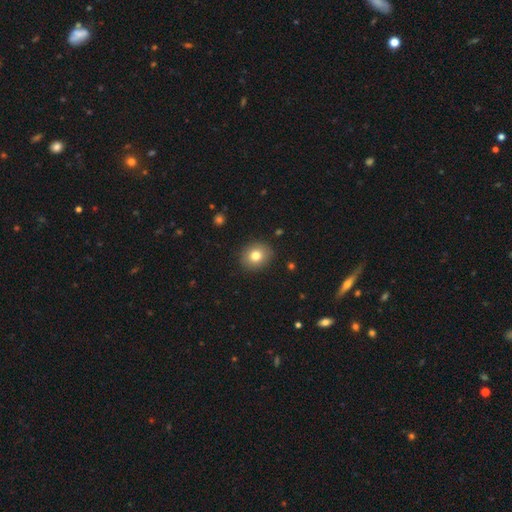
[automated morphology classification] A smooth galaxy with no disk features (78%) that is round (71%).

Vote fractions:
- Smooth or featured? smooth: 78% / featured or disk: 11% / star or artifact: 11%
- How rounded? round: 71% / in between: 28% / cigar-shaped: 1%
- Merging? none: 89% / minor disturbance: 8% / major disturbance: 2% / merger: 1%